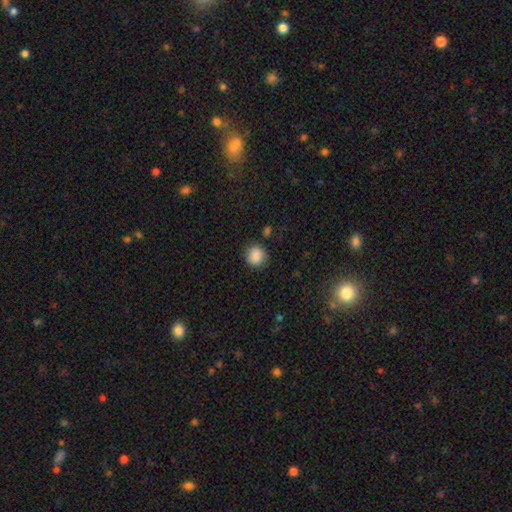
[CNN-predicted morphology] Smooth or featured: smooth — 87% (star or artifact — 9%)
How rounded: round — 87% (in between — 12%)
Merging: none — 84% (minor disturbance — 10%)